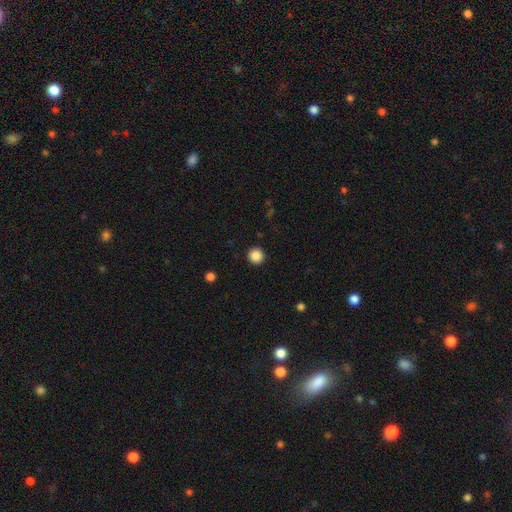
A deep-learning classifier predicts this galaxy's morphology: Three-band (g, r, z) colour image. It shows a smooth galaxy with no disk features (87%) that is round (96%). Merging: none (93%).